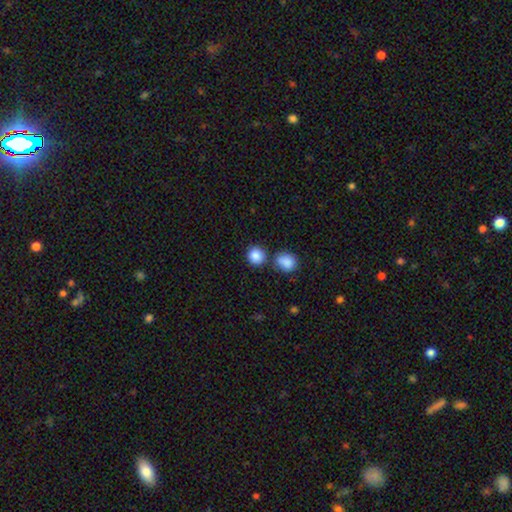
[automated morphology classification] Smooth or featured?
  - smooth: 87% *
  - star or artifact: 9%
  - featured or disk: 4%
How rounded?
  - round: 85% *
  - in between: 14%
  - cigar-shaped: 1%
Merging?
  - none: 69% *
  - merger: 18%
  - minor disturbance: 10%
  - major disturbance: 3%